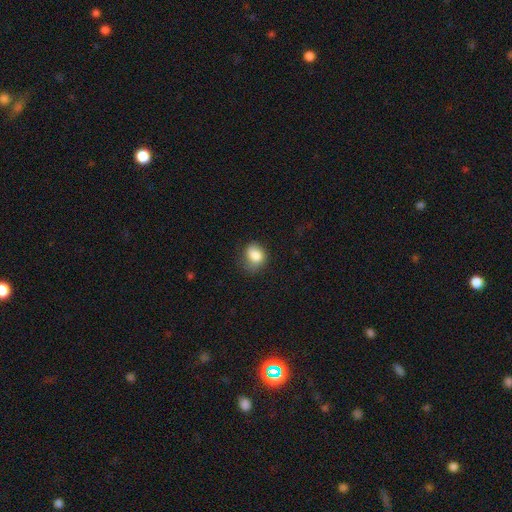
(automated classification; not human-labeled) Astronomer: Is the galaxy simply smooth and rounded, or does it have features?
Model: smooth — 81%.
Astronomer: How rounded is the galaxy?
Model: in between — 53% (runner-up: round, 46%).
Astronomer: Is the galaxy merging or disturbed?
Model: none — 54% (runner-up: minor disturbance, 32%).